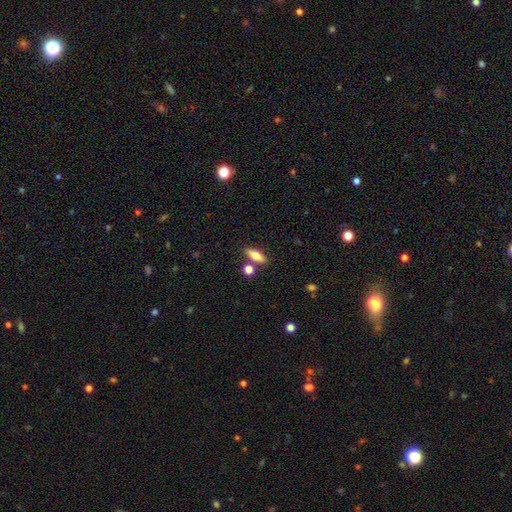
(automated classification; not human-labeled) Morphology: type=smooth (66%); roundness=in between (60%); merging=none (76%).